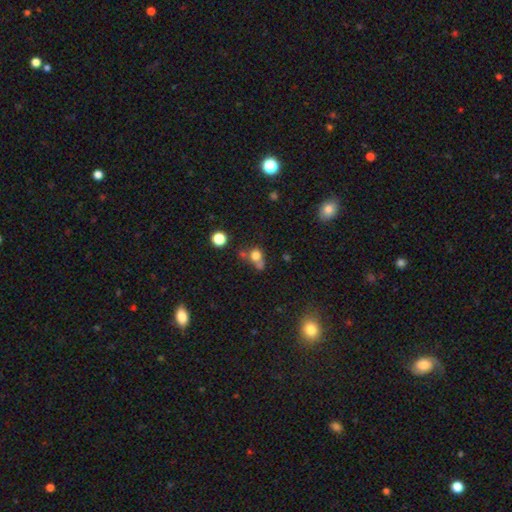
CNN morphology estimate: Smooth or featured?
  - smooth: 72% *
  - star or artifact: 15%
  - featured or disk: 12%
How rounded?
  - round: 73% *
  - in between: 26%
  - cigar-shaped: 2%
Merging?
  - none: 39% *
  - merger: 35%
  - minor disturbance: 16%
  - major disturbance: 10%